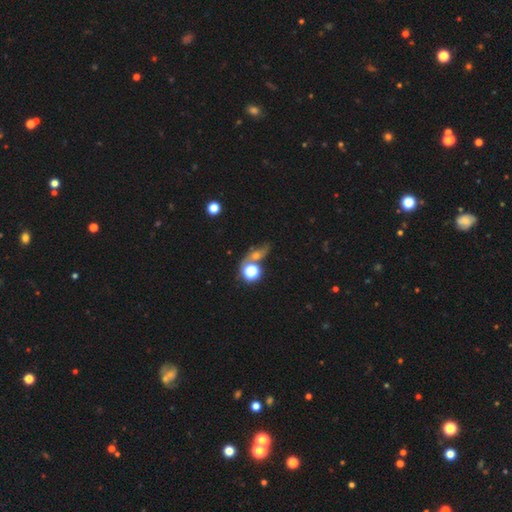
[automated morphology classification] Smooth or featured? smooth (38%)
Merging? none (53%)